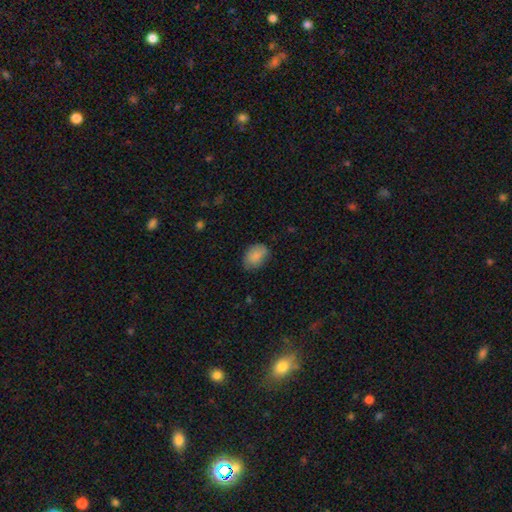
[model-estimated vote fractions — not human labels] Smooth or featured: smooth — 87% (star or artifact — 8%)
How rounded: in between — 80% (round — 19%)
Merging: none — 73% (minor disturbance — 22%)